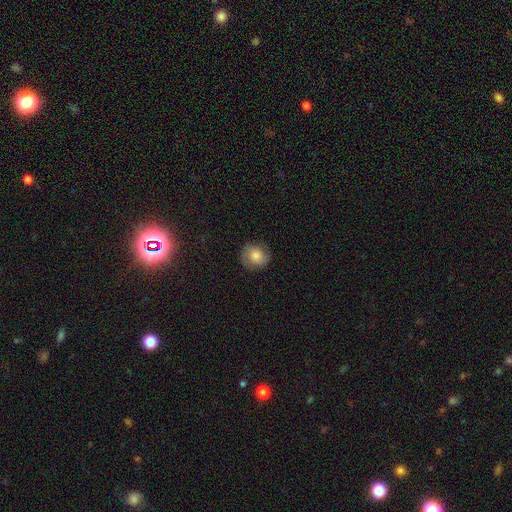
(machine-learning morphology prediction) type=smooth (64%); roundness=round (80%); merging=none (79%).